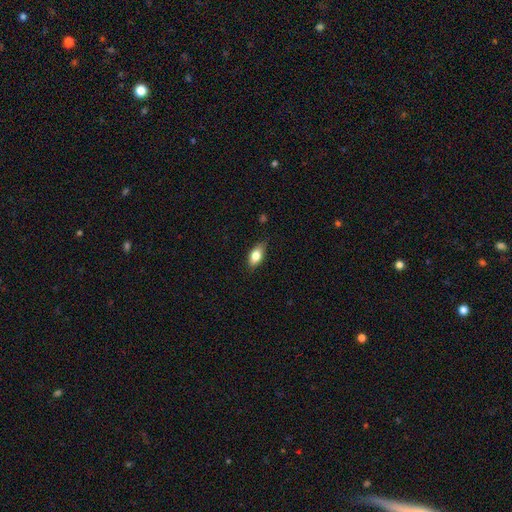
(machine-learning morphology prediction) This is likely a smooth galaxy (78%). How rounded: clearly in between (85%). Merging: likely none (76%).